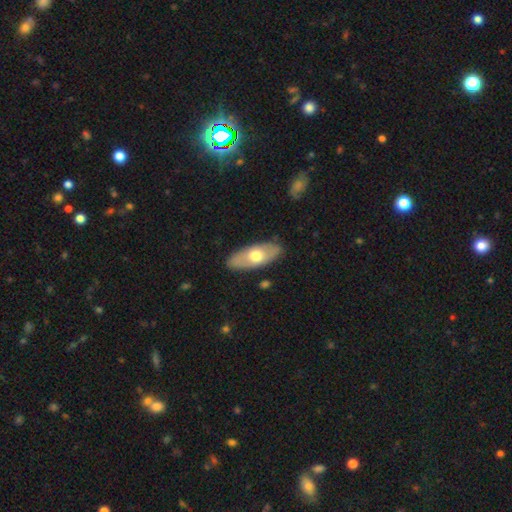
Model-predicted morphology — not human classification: Overall: smooth (55%; featured or disk 40%). How rounded: in between (83%). Merging: none (86%).